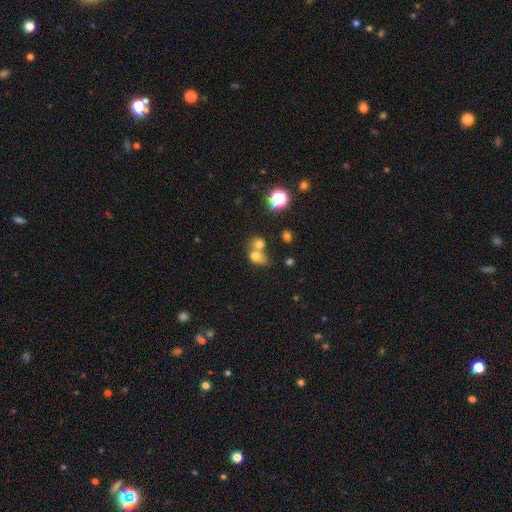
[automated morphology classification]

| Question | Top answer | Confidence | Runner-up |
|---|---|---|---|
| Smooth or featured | smooth | 71% | star or artifact (15%) |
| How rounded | round | 50% | in between (48%) |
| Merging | merger | 61% | none (24%) |